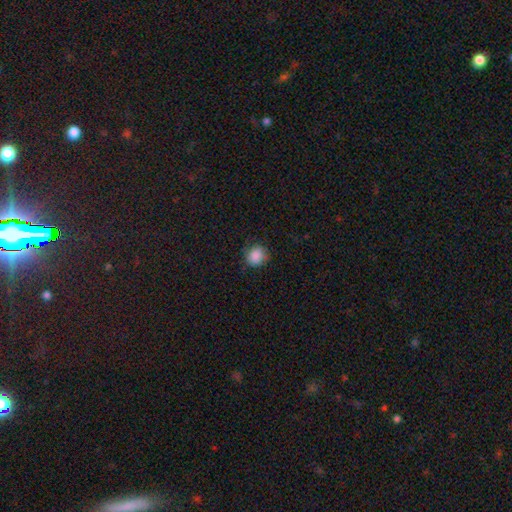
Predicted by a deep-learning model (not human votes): smooth 87%, star or artifact 8%, featured or disk 4%. Down the decision tree: how rounded — round (83%); merging — none (78%).